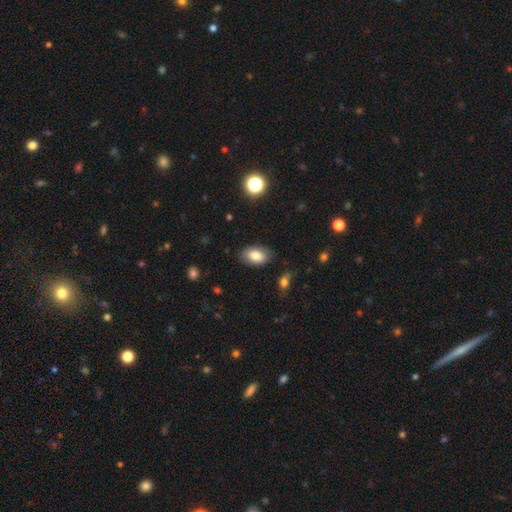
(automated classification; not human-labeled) Overall: smooth (81%). How rounded: in between (92%). Merging: none (81%).